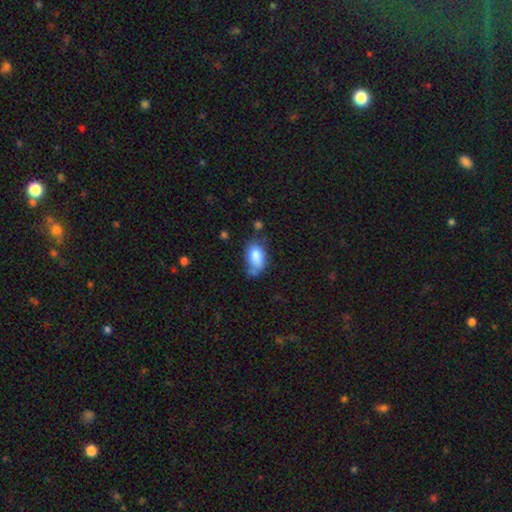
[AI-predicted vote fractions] smooth_or_featured: smooth (p=0.83) [alt: featured or disk p=0.09]
how_rounded: in between (p=0.91) [alt: round p=0.07]
merging: none (p=0.49) [alt: minor disturbance p=0.30]